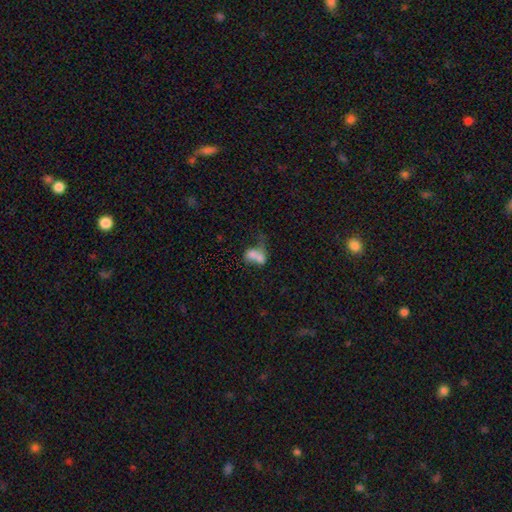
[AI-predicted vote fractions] Overall: smooth (64%; featured or disk 25%). How rounded: in between (70%). Merging: merger (67%).